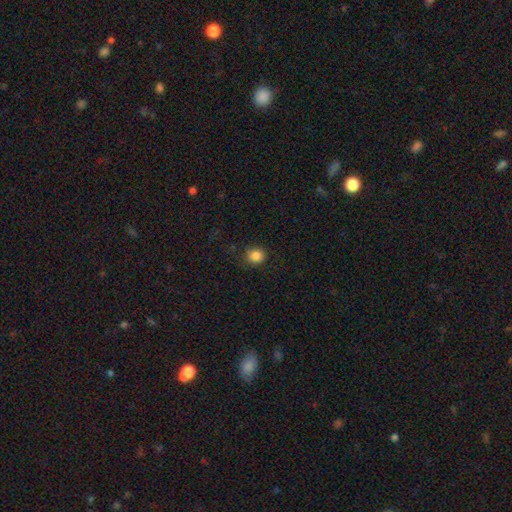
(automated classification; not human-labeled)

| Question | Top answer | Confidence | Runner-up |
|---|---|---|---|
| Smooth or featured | smooth | 85% | star or artifact (11%) |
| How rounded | round | 81% | in between (18%) |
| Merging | none | 87% | minor disturbance (9%) |